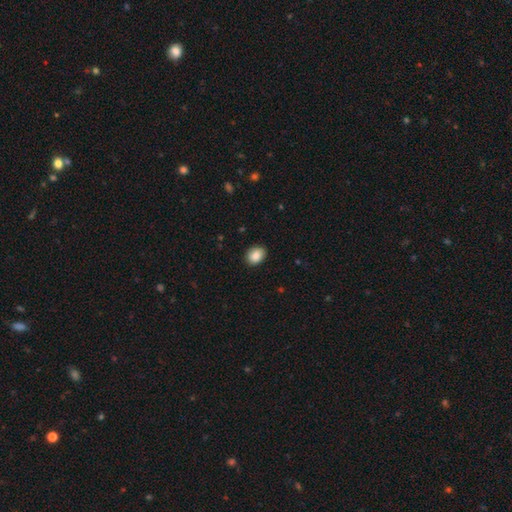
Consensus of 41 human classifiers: Smooth or featured?
  - smooth: 90% *
  - star or artifact: 7%
  - featured or disk: 2%
How rounded?
  - in between: 62% *
  - round: 38%
  - cigar-shaped: 0%
Merging?
  - none: 97% *
  - minor disturbance: 3%
  - major disturbance: 0%
  - merger: 0%